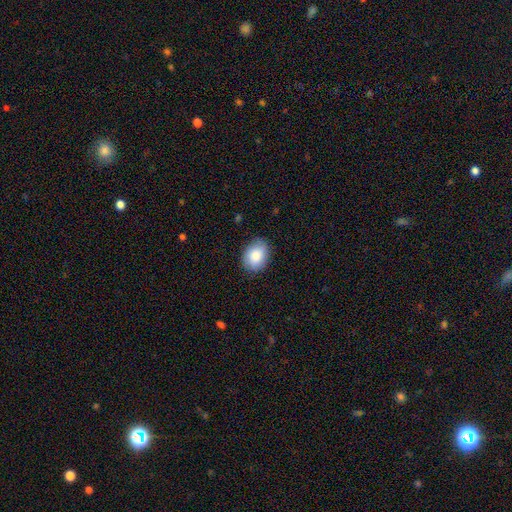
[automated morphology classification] smooth_or_featured: smooth (p=0.87) [alt: star or artifact p=0.07]
how_rounded: in between (p=0.71) [alt: round p=0.28]
merging: none (p=0.85) [alt: minor disturbance p=0.12]